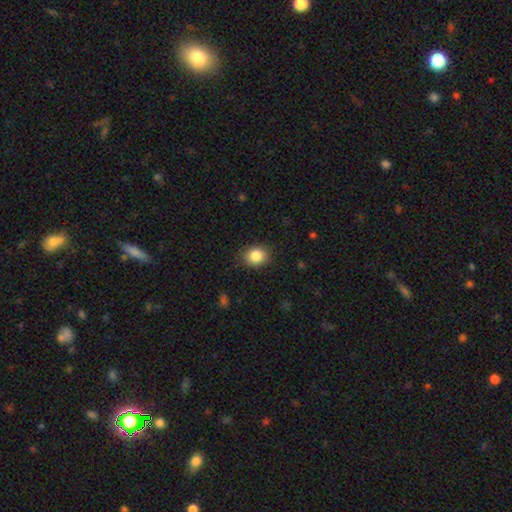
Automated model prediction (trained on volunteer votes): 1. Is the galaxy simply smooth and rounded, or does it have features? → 85% smooth, 9% star or artifact, 5% featured or disk.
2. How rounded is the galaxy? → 57% round, 42% in between, 1% cigar-shaped.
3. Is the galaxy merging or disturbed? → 85% none, 11% minor disturbance, 3% major disturbance, 1% merger.